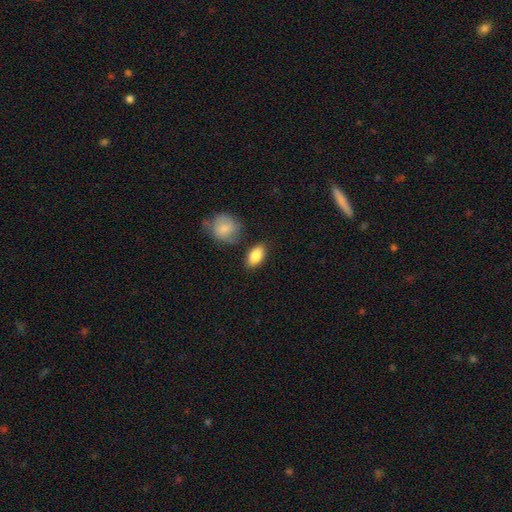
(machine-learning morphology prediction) Overall: smooth (86%). How rounded: in between (90%). Merging: none (79%).